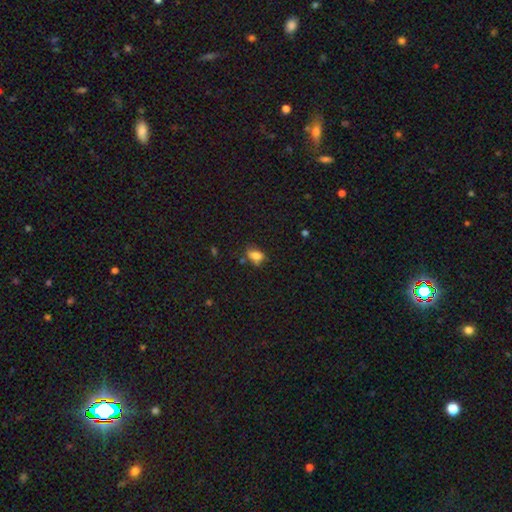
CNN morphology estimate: smooth-or-featured: smooth: 79% | star or artifact: 11% | featured or disk: 10%
  how-rounded: in between: 76% | round: 21% | cigar-shaped: 3%
  merging: none: 60% | minor disturbance: 25% | merger: 9% | major disturbance: 7%